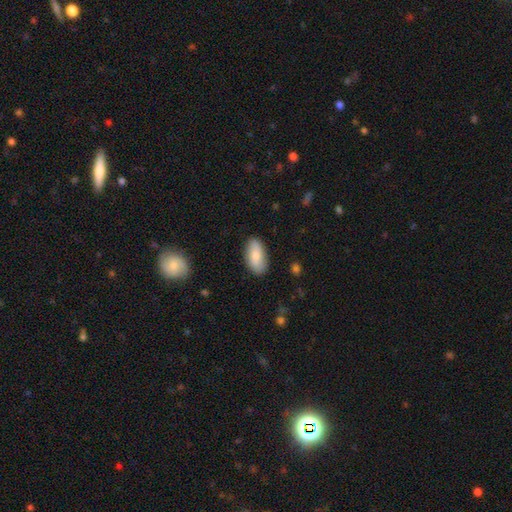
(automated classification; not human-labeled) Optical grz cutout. It shows a smooth galaxy with no disk features (76%) that is in between round and cigar-shaped (91%). Merging: none (86%).